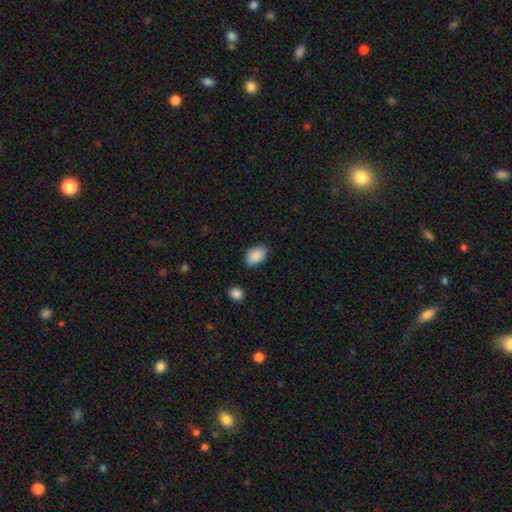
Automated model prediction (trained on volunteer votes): This appears to be a smooth galaxy with no disk features (90%) that is in between round and cigar-shaped (90%). Merging: none (85%).